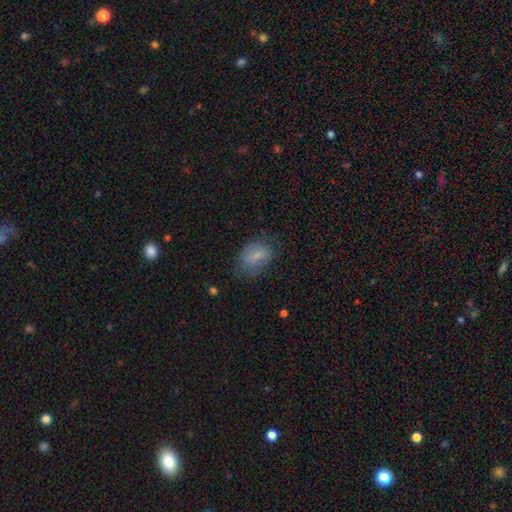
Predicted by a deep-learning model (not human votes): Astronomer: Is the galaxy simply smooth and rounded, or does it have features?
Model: smooth — 73%.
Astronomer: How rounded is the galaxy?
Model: in between — 80%.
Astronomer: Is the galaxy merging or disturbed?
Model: none — 62%.